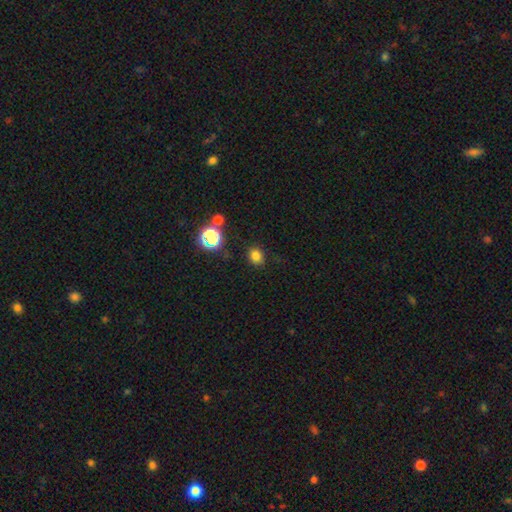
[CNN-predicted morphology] Smooth or featured: smooth — 78% (star or artifact — 17%)
How rounded: round — 63% (in between — 36%)
Merging: none — 83% (minor disturbance — 11%)